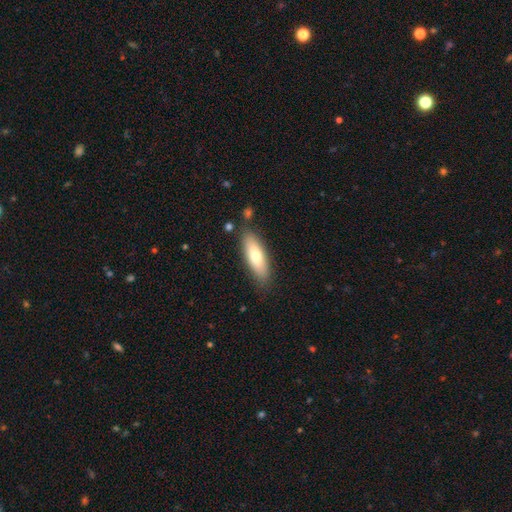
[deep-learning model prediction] Smooth or featured?
  - smooth: 73% *
  - featured or disk: 21%
  - star or artifact: 6%
How rounded?
  - in between: 55% *
  - cigar-shaped: 43%
  - round: 2%
Merging?
  - none: 82% *
  - minor disturbance: 12%
  - merger: 3%
  - major disturbance: 3%